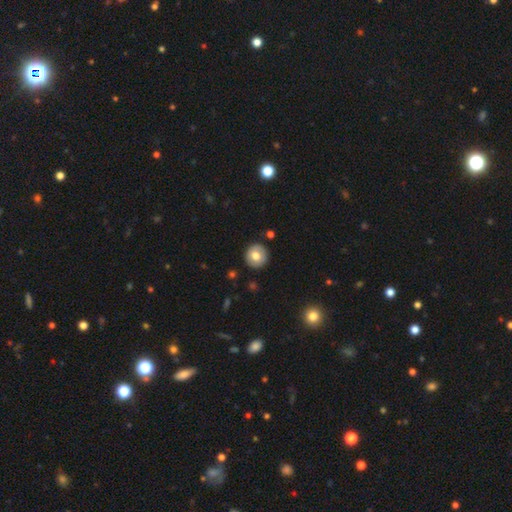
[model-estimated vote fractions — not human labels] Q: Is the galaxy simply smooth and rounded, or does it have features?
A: smooth — 72%.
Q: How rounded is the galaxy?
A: round — 92%.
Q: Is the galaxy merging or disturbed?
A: none — 89%.